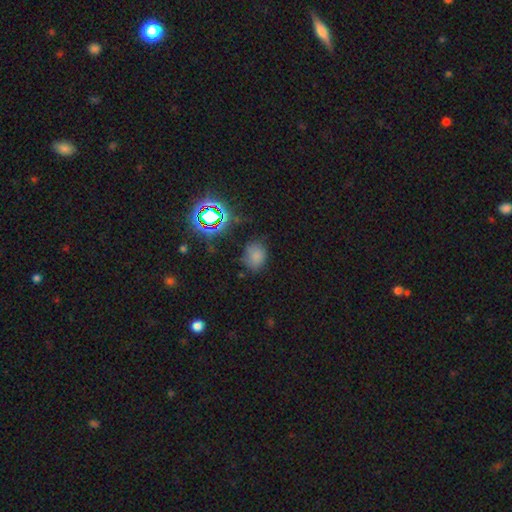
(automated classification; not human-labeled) Overall: smooth (69%). How rounded: round (50%; in between 49%). Merging: none (69%).